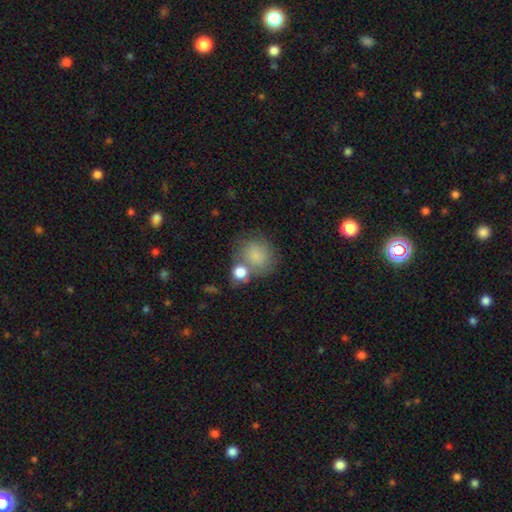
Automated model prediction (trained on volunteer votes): Overall: smooth (80%). How rounded: round (76%). Merging: none (53%; merger 24%).